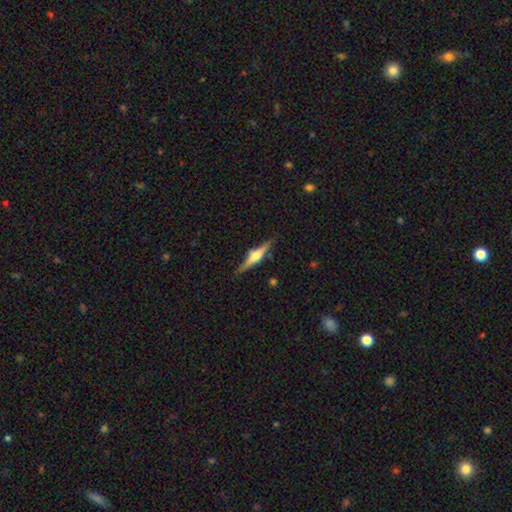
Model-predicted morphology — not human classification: This is likely a featured or disk galaxy (69%). It is clearly viewed edge-on (97%). Edge-on bulge: clearly rounded (91%). Merging: clearly none (87%).